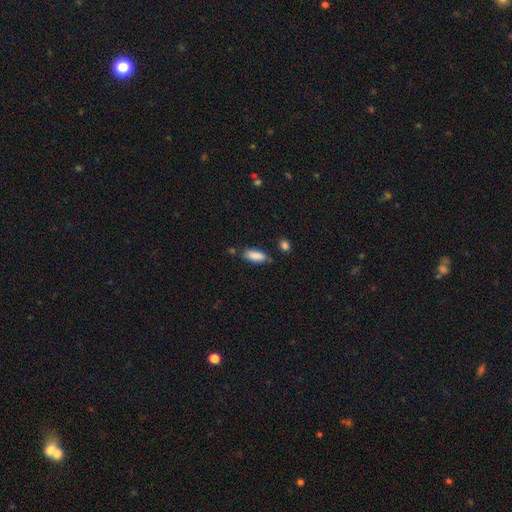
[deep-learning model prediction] Smooth or featured: smooth — 88% (star or artifact — 7%)
How rounded: in between — 75% (cigar-shaped — 23%)
Merging: none — 74% (minor disturbance — 18%)